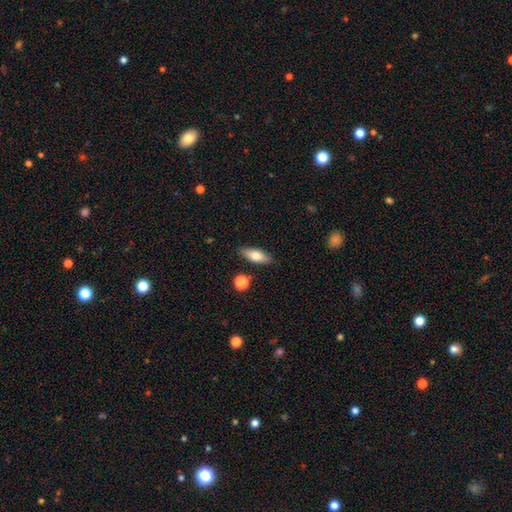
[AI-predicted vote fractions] Q: Smooth or featured?
A: smooth (70%); runner-up: featured or disk (23%)
Q: How rounded?
A: in between (67%); runner-up: cigar-shaped (29%)
Q: Merging?
A: none (85%); runner-up: minor disturbance (10%)